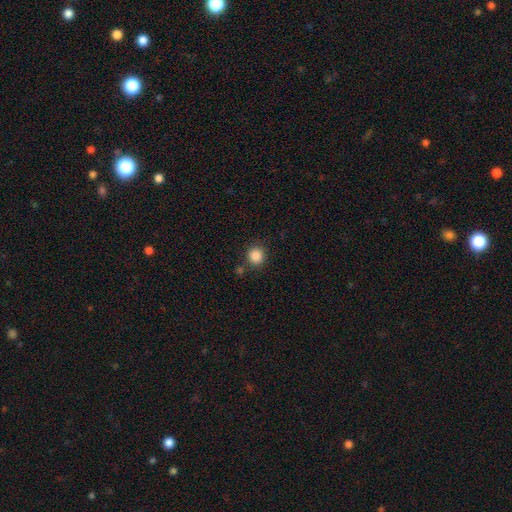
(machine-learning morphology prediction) The model was most divided on "merging": none: 83%, minor disturbance: 9%, merger: 6%, major disturbance: 3%. More confident: how rounded — round (90%); smooth or featured — smooth (87%).